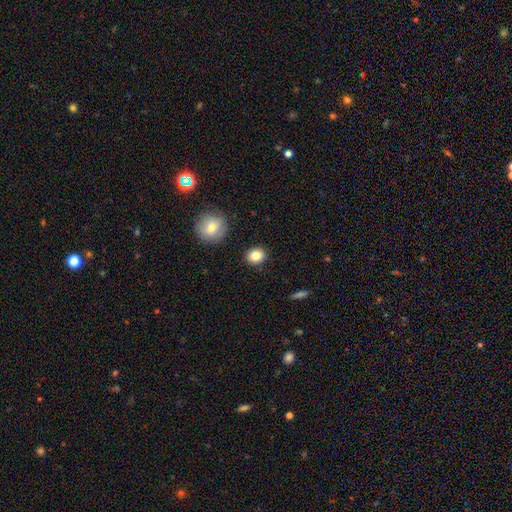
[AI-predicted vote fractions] Morphology: type=smooth (83%); roundness=round (72%); merging=none (90%).